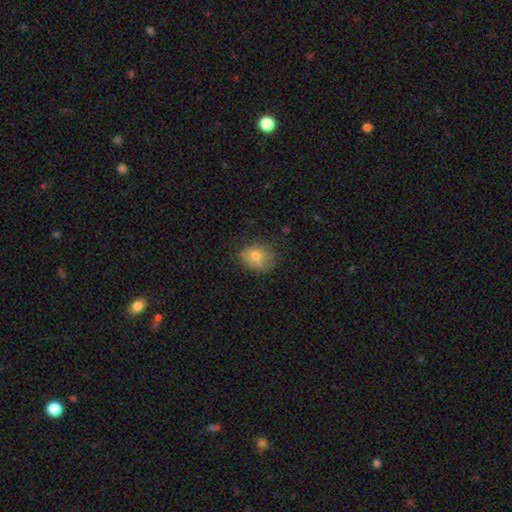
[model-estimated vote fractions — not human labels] Smooth or featured?
  - smooth: 75% *
  - featured or disk: 15%
  - star or artifact: 11%
How rounded?
  - round: 60% *
  - in between: 39%
  - cigar-shaped: 1%
Merging?
  - none: 61% *
  - minor disturbance: 27%
  - major disturbance: 10%
  - merger: 2%